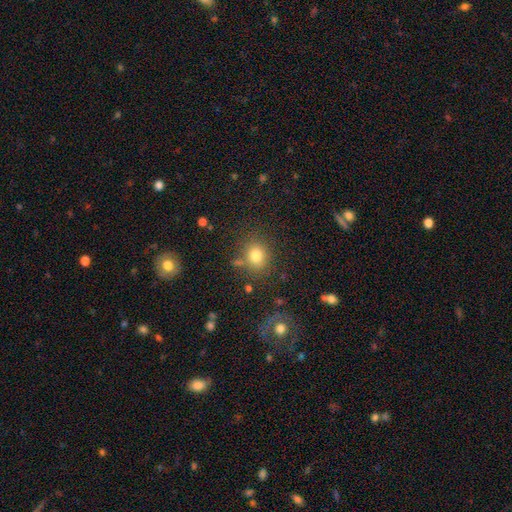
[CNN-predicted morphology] smooth_or_featured: smooth (p=0.79) [alt: star or artifact p=0.14]
how_rounded: round (p=0.76) [alt: in between p=0.23]
merging: none (p=0.76) [alt: minor disturbance p=0.12]